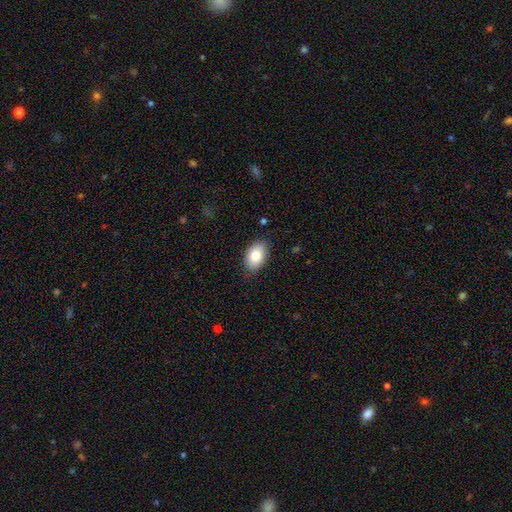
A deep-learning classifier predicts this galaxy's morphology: Q: Smooth or featured?
A: smooth (81%); runner-up: featured or disk (12%)
Q: How rounded?
A: in between (91%); runner-up: round (8%)
Q: Merging?
A: none (83%); runner-up: minor disturbance (14%)